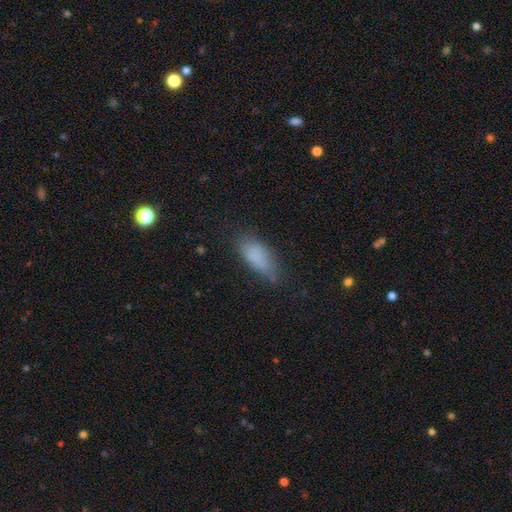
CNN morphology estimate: smooth-or-featured: smooth: 80% | star or artifact: 10% | featured or disk: 10%
  how-rounded: in between: 76% | cigar-shaped: 21% | round: 3%
  merging: none: 63% | minor disturbance: 26% | major disturbance: 9% | merger: 2%